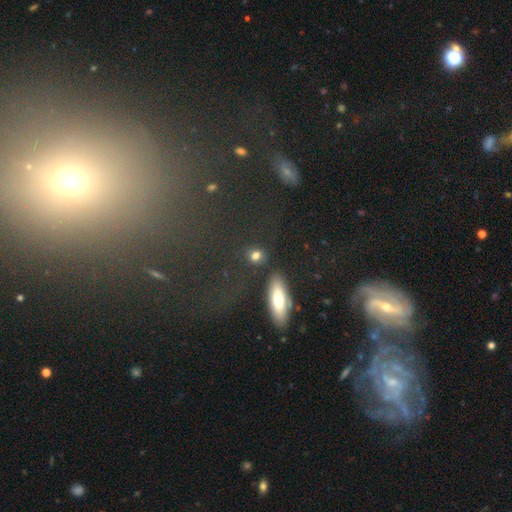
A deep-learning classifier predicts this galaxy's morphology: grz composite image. It shows a smooth galaxy with no disk features (80%) that is round (56%). Merging: none (77%).